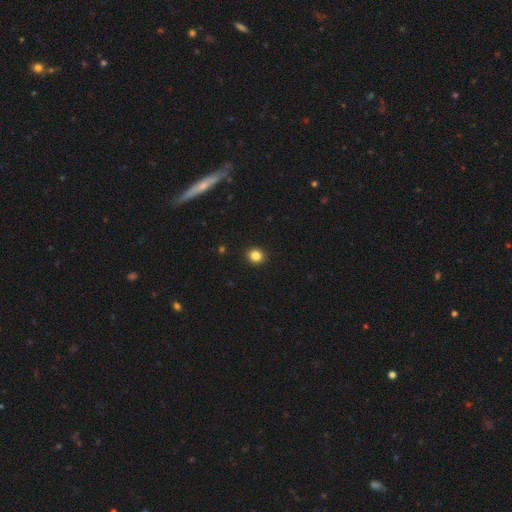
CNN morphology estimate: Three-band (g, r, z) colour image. It shows a smooth galaxy with no disk features (84%) that is round (85%). Merging: none (93%).